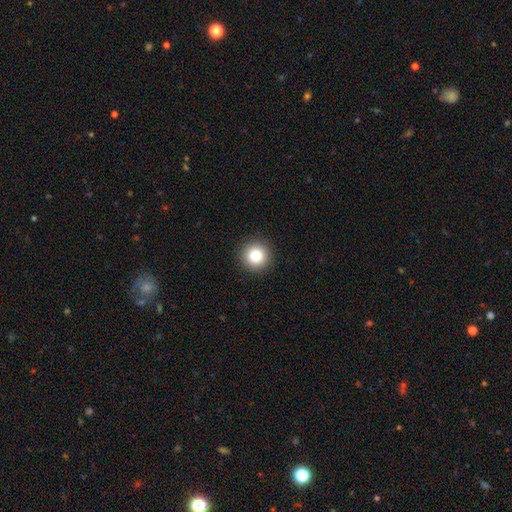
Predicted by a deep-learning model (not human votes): smooth_or_featured: smooth (p=0.83) [alt: star or artifact p=0.11]
how_rounded: round (p=0.95) [alt: in between p=0.04]
merging: none (p=0.93) [alt: minor disturbance p=0.05]